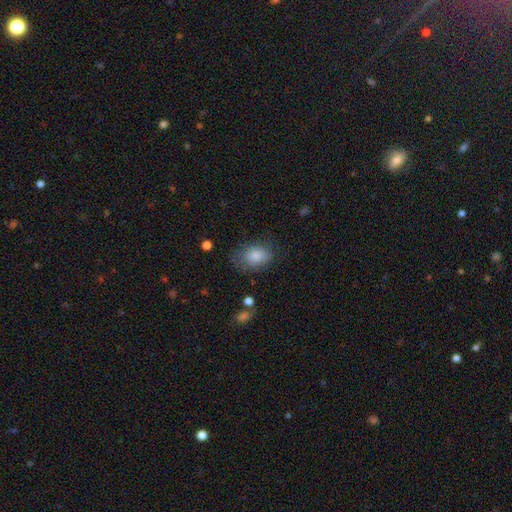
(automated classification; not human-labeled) Smooth or featured? Predicted: smooth (p=0.84). How rounded? Predicted: in between (p=0.73). Merging? Predicted: none (p=0.67).